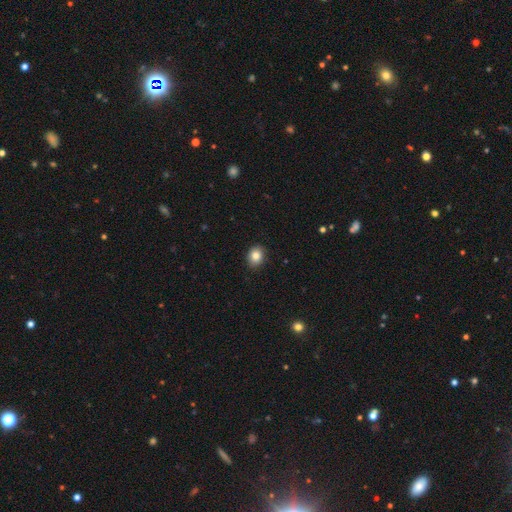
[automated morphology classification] A smooth galaxy with no disk features (84%) that is round (51%). Merging: none (89%).